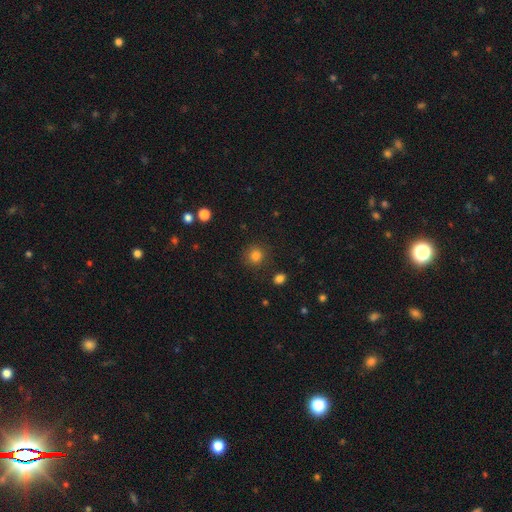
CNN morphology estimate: The model was most divided on "smooth or featured": smooth: 83%, star or artifact: 12%, featured or disk: 5%. More confident: how rounded — round (90%); merging — none (87%).